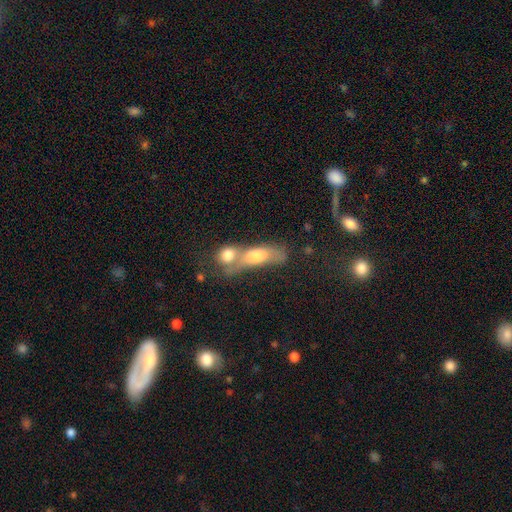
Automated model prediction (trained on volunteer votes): Smooth or featured?
  - smooth: 64% *
  - featured or disk: 26%
  - star or artifact: 10%
How rounded?
  - in between: 60% *
  - cigar-shaped: 27%
  - round: 14%
Merging?
  - merger: 65% *
  - none: 19%
  - minor disturbance: 9%
  - major disturbance: 8%